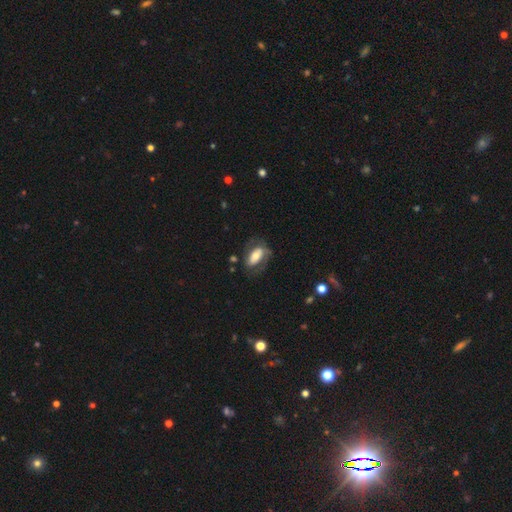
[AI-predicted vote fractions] A featured or disk galaxy (48%). Merging: none (59%).